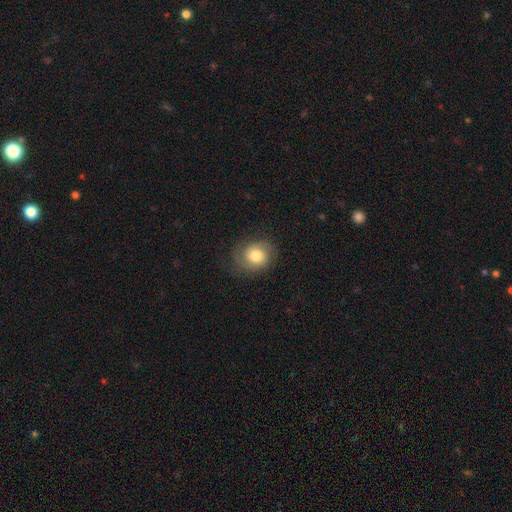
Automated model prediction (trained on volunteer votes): Morphology: type=smooth (55%); roundness=round (67%); merging=none (72%).